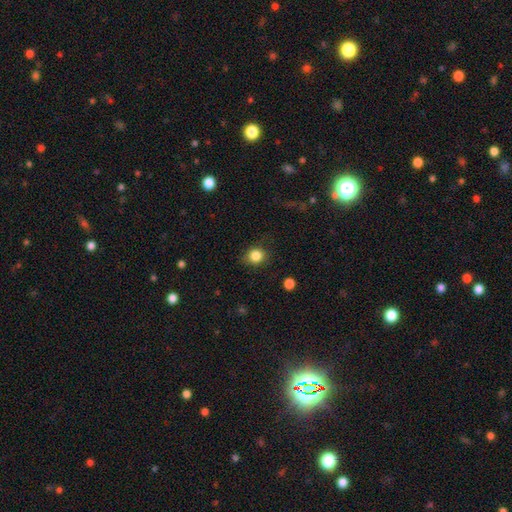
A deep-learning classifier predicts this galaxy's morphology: type=smooth (84%); roundness=round (79%); merging=none (80%).